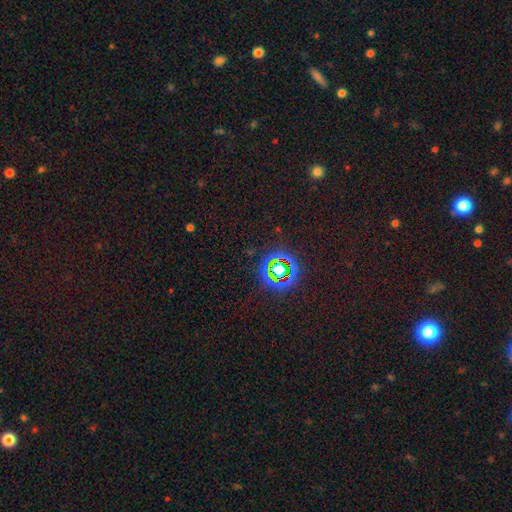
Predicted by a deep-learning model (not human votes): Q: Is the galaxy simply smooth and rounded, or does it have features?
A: star or artifact — 70%.